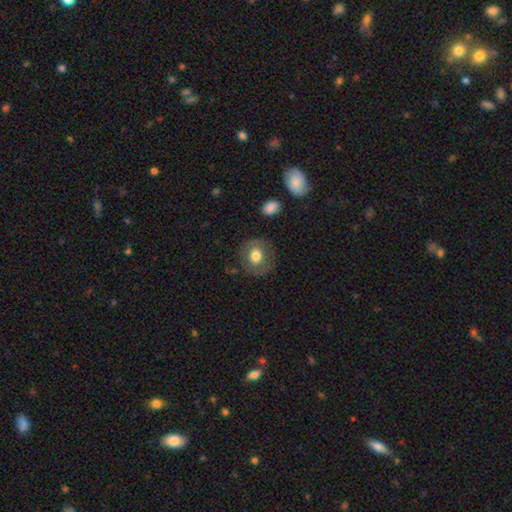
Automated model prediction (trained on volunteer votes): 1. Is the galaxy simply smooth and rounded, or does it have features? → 67% smooth, 25% featured or disk, 8% star or artifact.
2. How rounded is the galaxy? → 80% round, 19% in between, 1% cigar-shaped.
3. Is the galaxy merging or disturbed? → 81% none, 12% minor disturbance, 5% major disturbance, 2% merger.